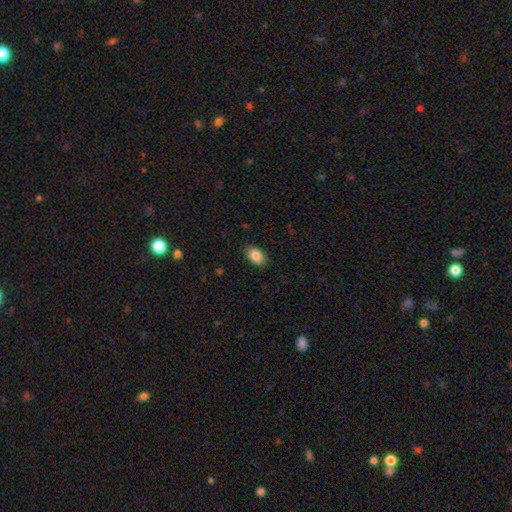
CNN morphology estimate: Overall: smooth (87%). How rounded: in between (88%). Merging: none (86%).